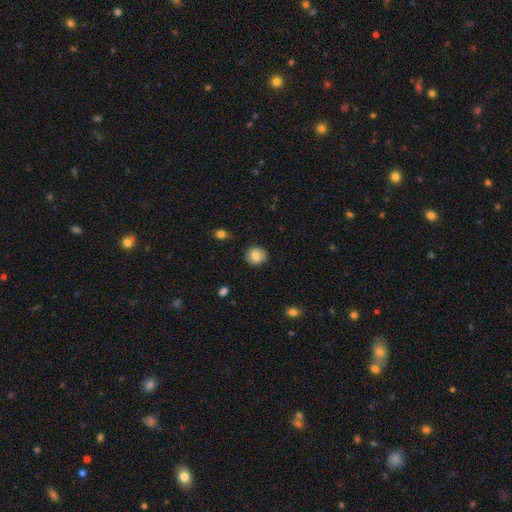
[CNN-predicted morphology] A smooth galaxy with no disk features (72%) that is round (79%). Merging: none (83%).